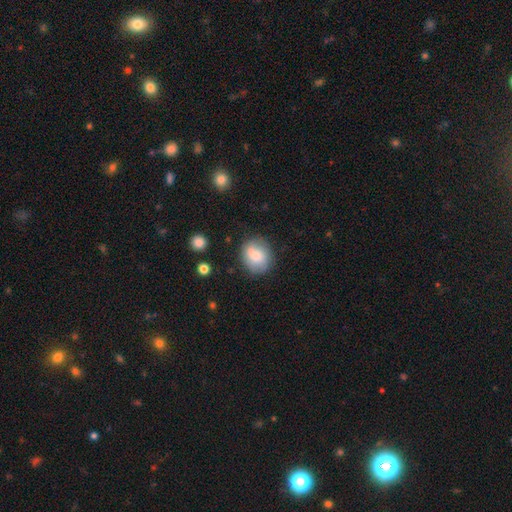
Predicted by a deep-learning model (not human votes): A smooth galaxy with no disk features (73%) that is round (66%).

Vote fractions:
- Smooth or featured? smooth: 73% / featured or disk: 20% / star or artifact: 8%
- How rounded? round: 66% / in between: 33% / cigar-shaped: 1%
- Merging? none: 75% / minor disturbance: 16% / major disturbance: 5% / merger: 3%